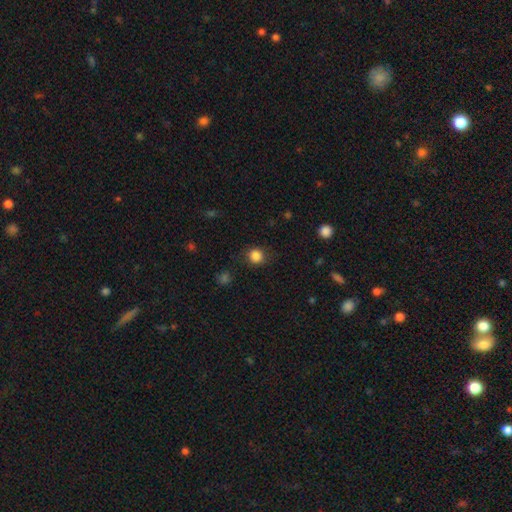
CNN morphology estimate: Smooth or featured: smooth — 85% (star or artifact — 11%)
How rounded: round — 90% (in between — 9%)
Merging: none — 84% (minor disturbance — 10%)